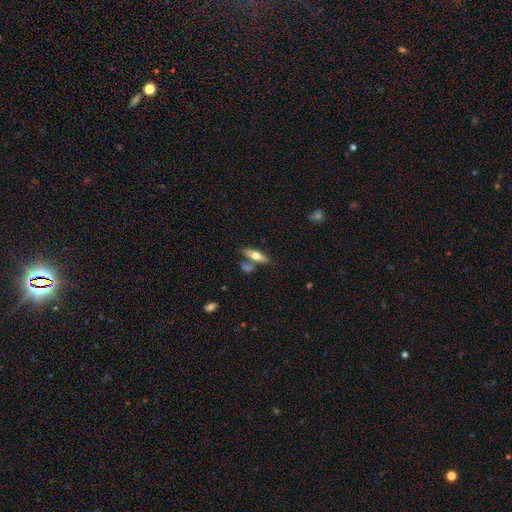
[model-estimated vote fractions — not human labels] Smooth or featured: smooth — 54% (featured or disk — 39%)
How rounded: cigar-shaped — 54% (in between — 43%)
Merging: none — 59% (merger — 23%)